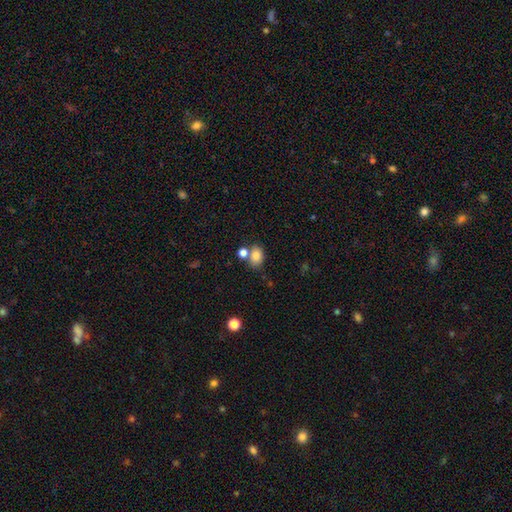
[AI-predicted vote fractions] Q: Smooth or featured?
A: smooth (83%); runner-up: star or artifact (10%)
Q: How rounded?
A: in between (71%); runner-up: round (28%)
Q: Merging?
A: none (56%); runner-up: merger (26%)